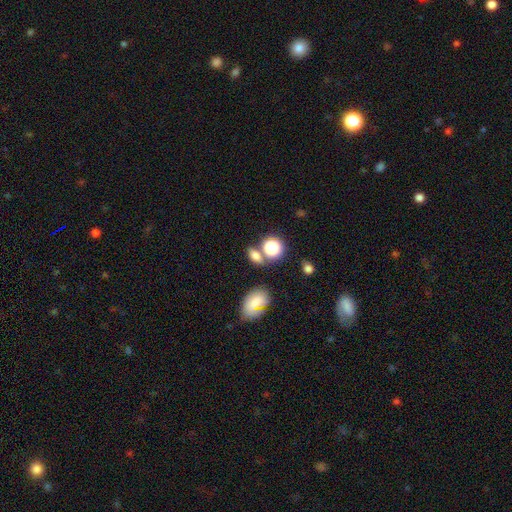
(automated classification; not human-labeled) Smooth or featured: smooth — 70% (star or artifact — 19%)
How rounded: in between — 62% (round — 31%)
Merging: none — 64% (merger — 20%)